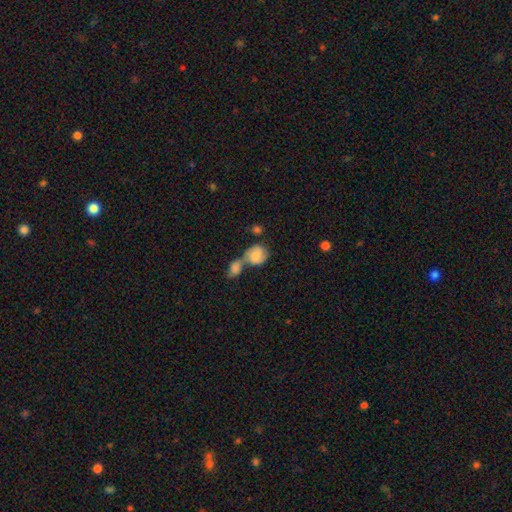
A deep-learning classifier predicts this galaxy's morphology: smooth_or_featured: smooth (p=0.57) [alt: featured or disk p=0.36]
how_rounded: round (p=0.60) [alt: in between p=0.38]
merging: merger (p=0.68) [alt: none p=0.19]